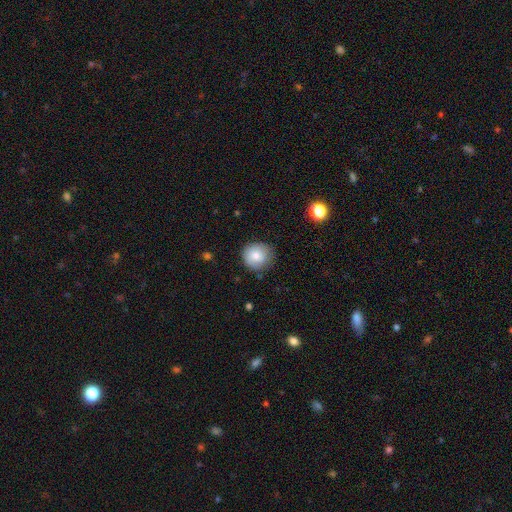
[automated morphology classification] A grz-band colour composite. It shows a smooth galaxy with no disk features (80%) that is round (88%). Merging: none (78%).